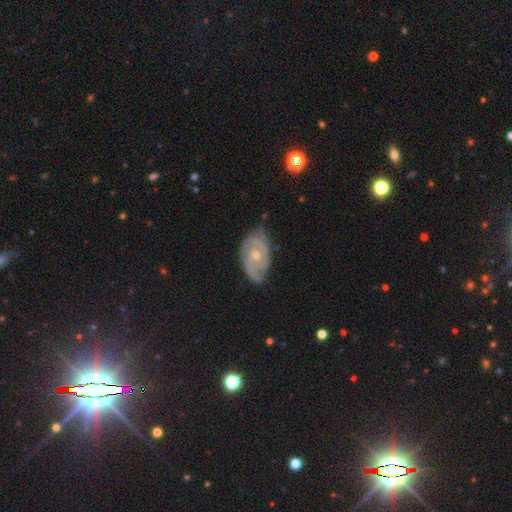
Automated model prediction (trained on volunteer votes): Morphology: type=featured or disk (85%); edge-on=no (96%); bar=no (69%); spiral arms=yes (96%); winding=tight (60%); arm count=2 (48%); bulge=small (49%); merging=none (71%).